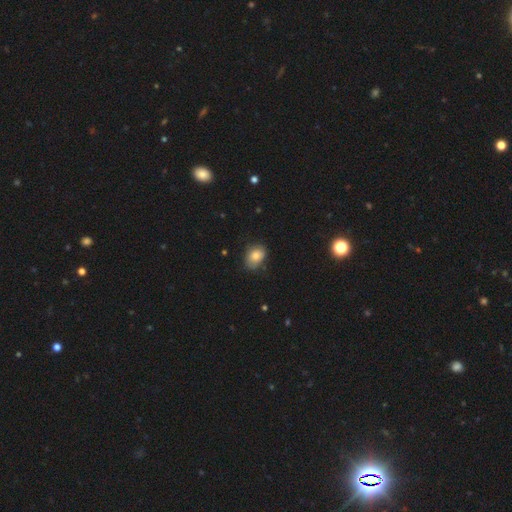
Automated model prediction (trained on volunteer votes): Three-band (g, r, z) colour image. It shows a smooth galaxy with no disk features (81%) that is in between round and cigar-shaped (73%). Merging: none (70%).